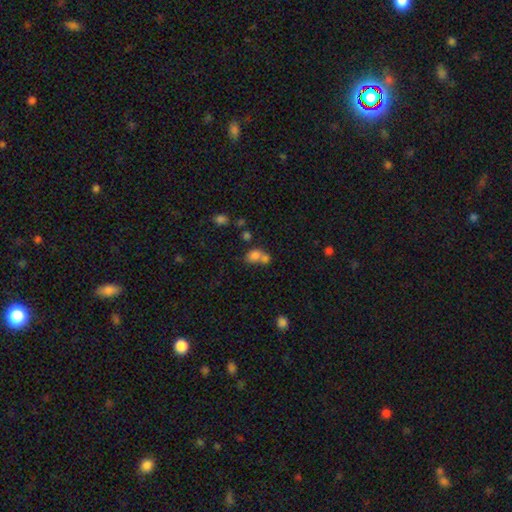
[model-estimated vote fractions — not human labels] smooth_or_featured: smooth (p=0.75) [alt: featured or disk p=0.13]
how_rounded: in between (p=0.53) [alt: round p=0.46]
merging: merger (p=0.62) [alt: none p=0.25]